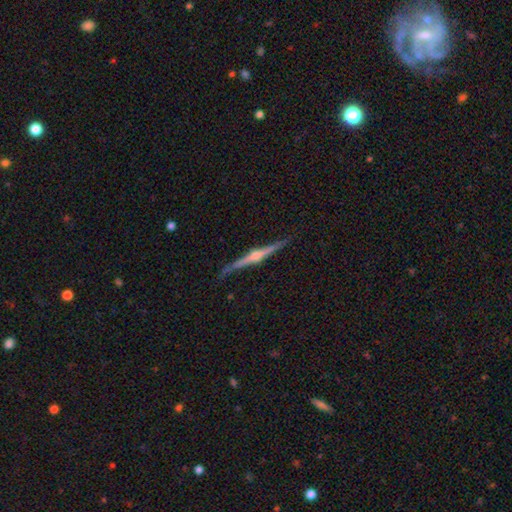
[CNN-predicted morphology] Smooth or featured?
  - featured or disk: 84% *
  - smooth: 11%
  - star or artifact: 5%
Edge-on disk?
  - yes: 98% *
  - no: 2%
Edge-on bulge?
  - rounded: 85% *
  - boxy: 9%
  - none: 6%
Merging?
  - none: 87% *
  - minor disturbance: 10%
  - major disturbance: 2%
  - merger: 1%